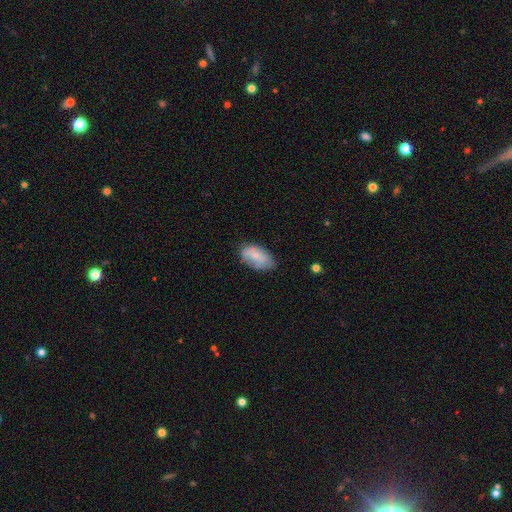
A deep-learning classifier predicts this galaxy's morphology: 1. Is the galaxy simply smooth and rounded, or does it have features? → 73% smooth, 20% featured or disk, 7% star or artifact.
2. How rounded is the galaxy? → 94% in between, 4% round, 3% cigar-shaped.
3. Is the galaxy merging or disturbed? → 60% none, 29% minor disturbance, 8% major disturbance, 2% merger.